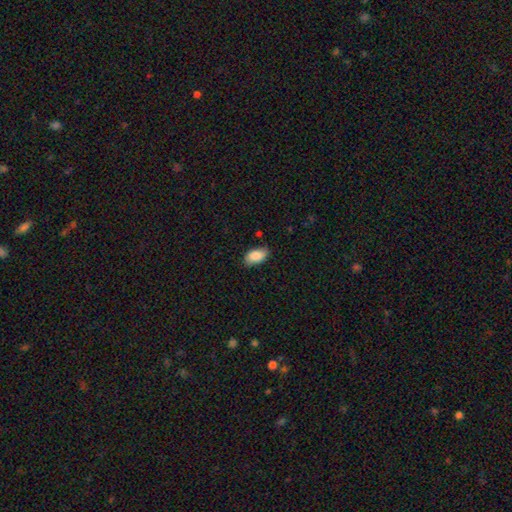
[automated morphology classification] smooth-or-featured: smooth: 84% | featured or disk: 9% | star or artifact: 7%
  how-rounded: in between: 93% | round: 5% | cigar-shaped: 2%
  merging: none: 78% | minor disturbance: 18% | major disturbance: 3% | merger: 1%